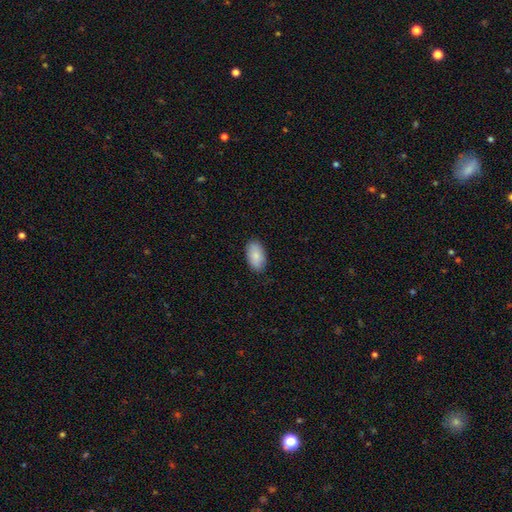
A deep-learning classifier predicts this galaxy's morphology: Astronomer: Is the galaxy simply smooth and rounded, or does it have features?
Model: smooth — 86%.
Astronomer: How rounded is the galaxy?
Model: in between — 95%.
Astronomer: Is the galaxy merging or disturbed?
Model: none — 86%.